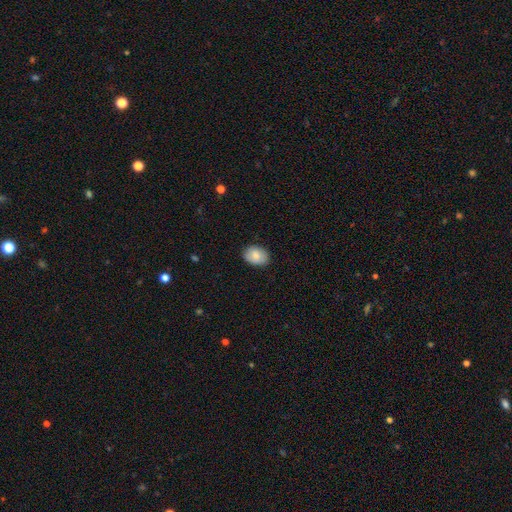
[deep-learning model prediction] Smooth or featured: smooth — 85% (featured or disk — 8%)
How rounded: in between — 71% (round — 28%)
Merging: none — 86% (minor disturbance — 11%)